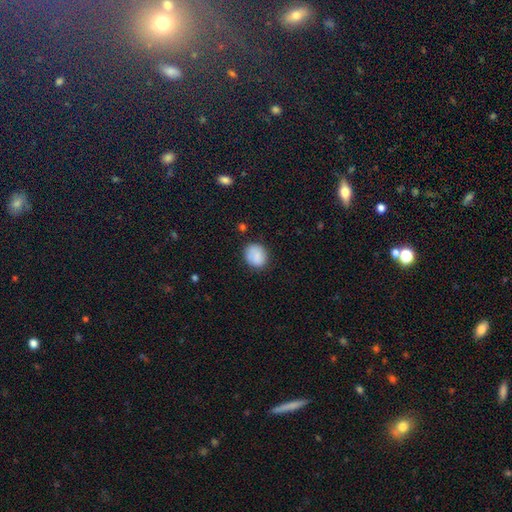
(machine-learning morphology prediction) Smooth or featured?
  - smooth: 83% *
  - featured or disk: 9%
  - star or artifact: 8%
How rounded?
  - round: 63% *
  - in between: 36%
  - cigar-shaped: 1%
Merging?
  - none: 79% *
  - minor disturbance: 15%
  - major disturbance: 4%
  - merger: 2%